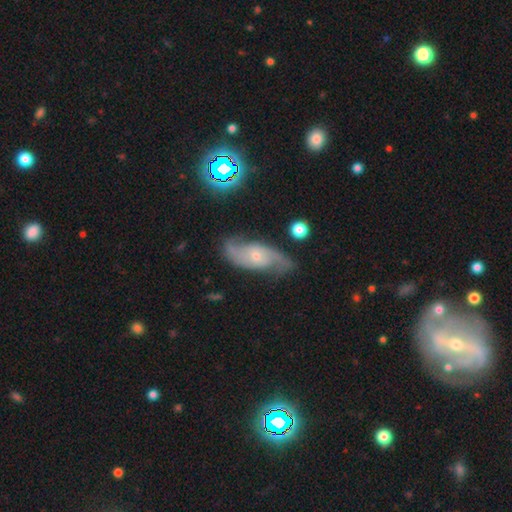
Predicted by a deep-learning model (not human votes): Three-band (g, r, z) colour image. It shows a featured or disk galaxy (80%) with no bar (62%), 2 (87%) medium (43%) spiral arms (95%) and a small central bulge (65%). Merging: none (71%).